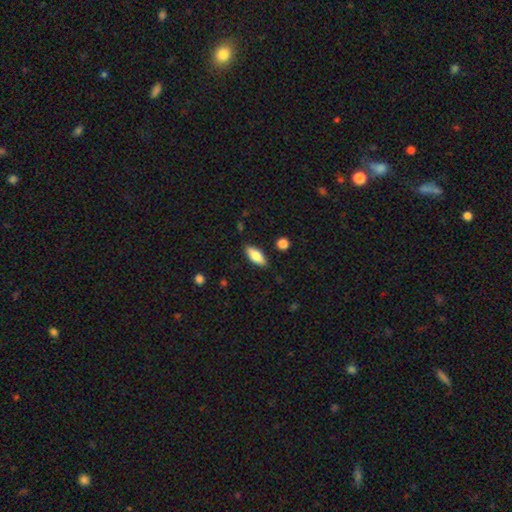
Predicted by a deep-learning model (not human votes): smooth_or_featured: smooth (p=0.75) [alt: featured or disk p=0.19]
how_rounded: in between (p=0.79) [alt: cigar-shaped p=0.19]
merging: none (p=0.87) [alt: minor disturbance p=0.09]